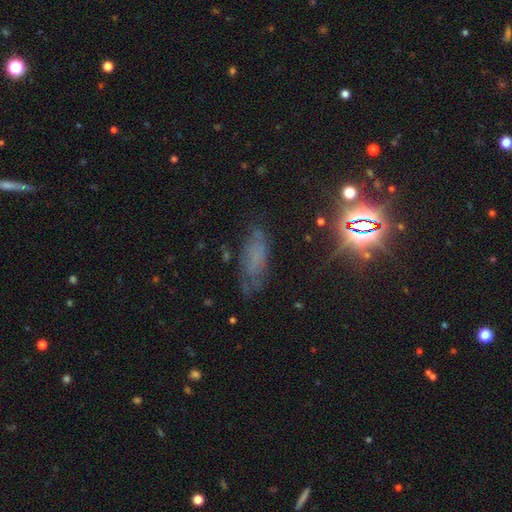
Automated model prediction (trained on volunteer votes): Overall: smooth (36%; featured or disk 34%). Merging: none (61%; minor disturbance 24%).